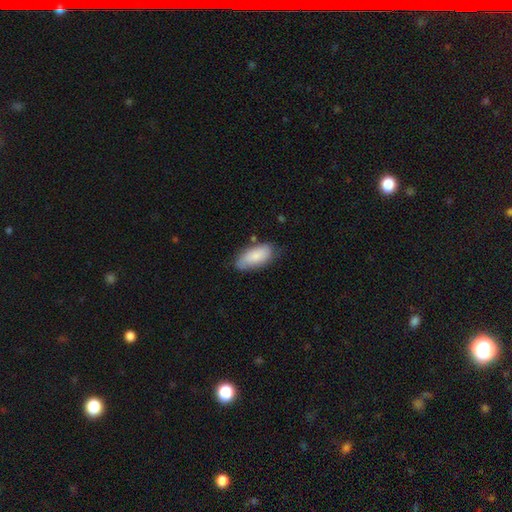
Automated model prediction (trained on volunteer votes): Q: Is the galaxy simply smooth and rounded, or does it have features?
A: smooth — 80%.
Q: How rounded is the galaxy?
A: in between — 90%.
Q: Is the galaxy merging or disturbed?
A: none — 70%.